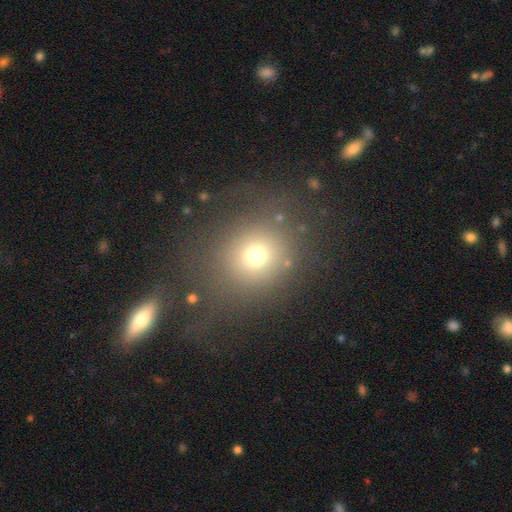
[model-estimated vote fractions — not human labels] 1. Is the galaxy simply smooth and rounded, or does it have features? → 69% smooth, 18% star or artifact, 12% featured or disk.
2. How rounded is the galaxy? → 79% round, 20% in between, 1% cigar-shaped.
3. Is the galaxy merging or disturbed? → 64% none, 16% major disturbance, 14% minor disturbance, 6% merger.